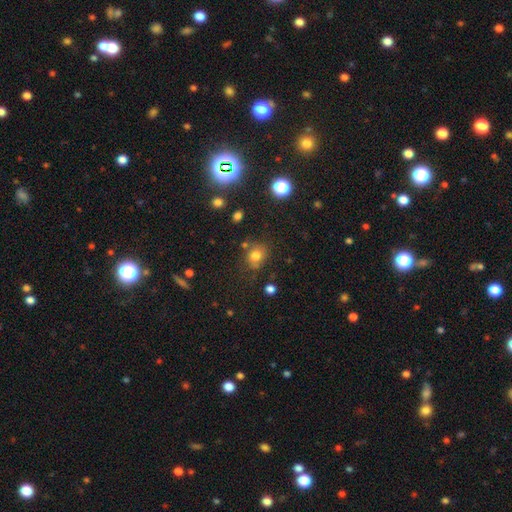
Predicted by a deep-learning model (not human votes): smooth_or_featured: smooth (p=0.76) [alt: star or artifact p=0.15]
how_rounded: round (p=0.70) [alt: in between p=0.29]
merging: none (p=0.70) [alt: minor disturbance p=0.17]